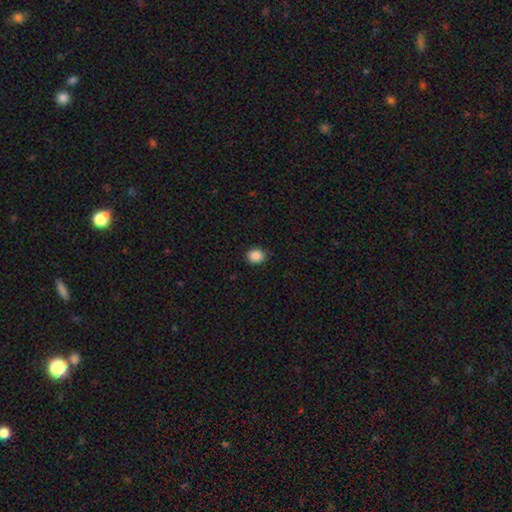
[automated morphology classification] Smooth or featured: smooth — 87% (star or artifact — 9%)
How rounded: round — 63% (in between — 36%)
Merging: none — 87% (minor disturbance — 10%)